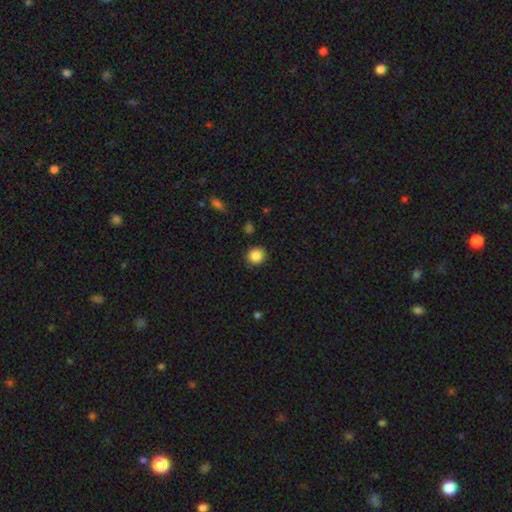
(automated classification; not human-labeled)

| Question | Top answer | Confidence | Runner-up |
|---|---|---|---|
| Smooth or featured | smooth | 87% | star or artifact (10%) |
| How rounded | round | 91% | in between (9%) |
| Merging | none | 88% | minor disturbance (8%) |